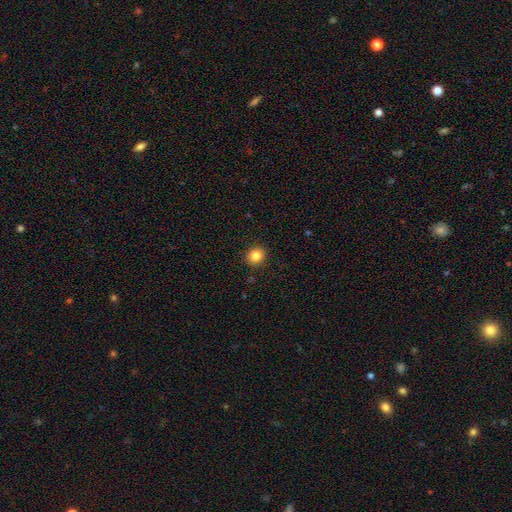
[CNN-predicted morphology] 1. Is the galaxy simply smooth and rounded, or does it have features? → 84% smooth, 11% star or artifact, 5% featured or disk.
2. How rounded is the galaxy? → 79% round, 20% in between, 1% cigar-shaped.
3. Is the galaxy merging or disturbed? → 91% none, 6% minor disturbance, 2% major disturbance, 1% merger.